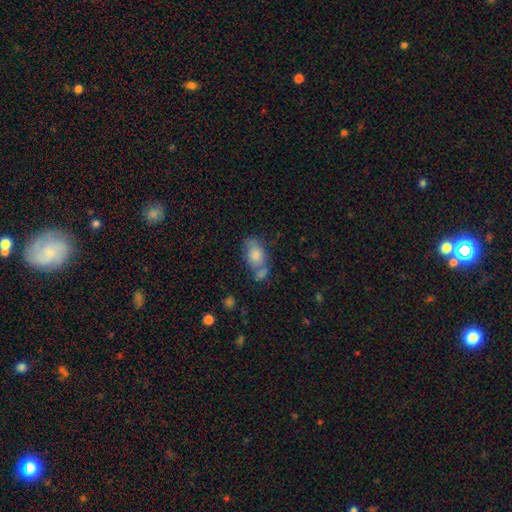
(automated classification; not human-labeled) This appears to be a smooth galaxy with no disk features (75%) that is in between round and cigar-shaped (87%). Merging: none (41%).